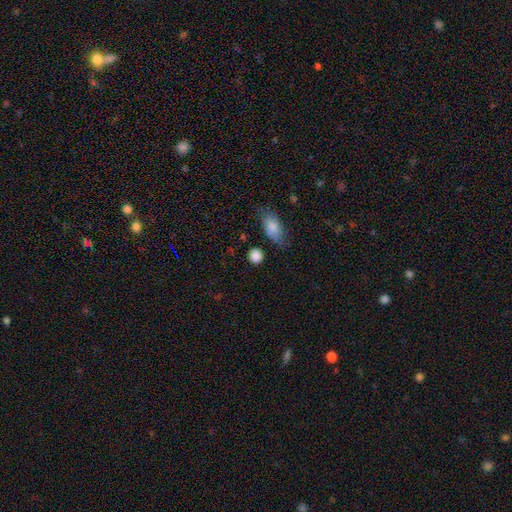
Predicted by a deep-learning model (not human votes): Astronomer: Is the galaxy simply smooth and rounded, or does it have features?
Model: smooth — 87%.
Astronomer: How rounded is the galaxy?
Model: round — 85%.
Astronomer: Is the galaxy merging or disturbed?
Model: none — 81%.